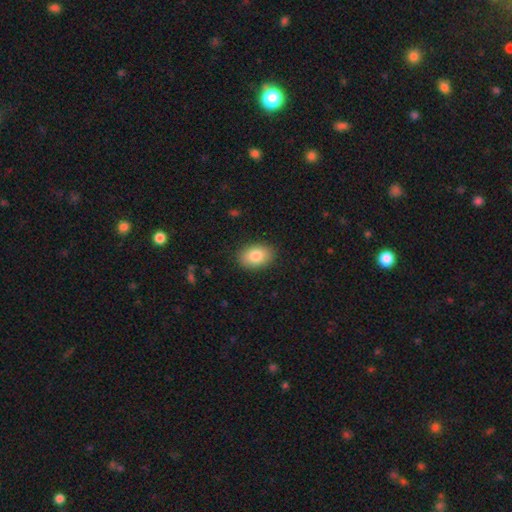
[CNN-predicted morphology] This appears to be a smooth galaxy with no disk features (84%) that is in between round and cigar-shaped (86%). Merging: none (88%).